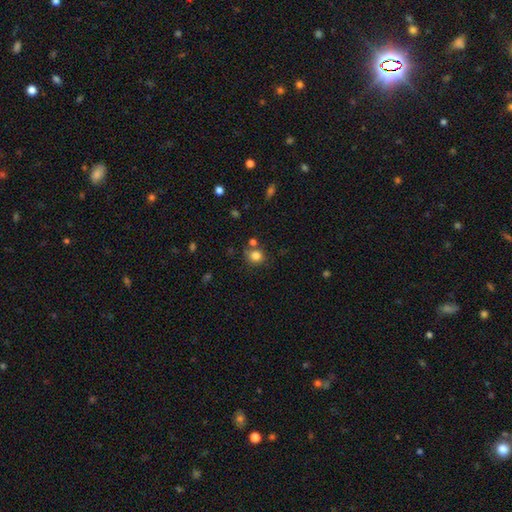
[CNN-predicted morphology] Smooth or featured? Predicted: smooth (p=0.81). How rounded? Predicted: round (p=0.85). Merging? Predicted: none (p=0.69).